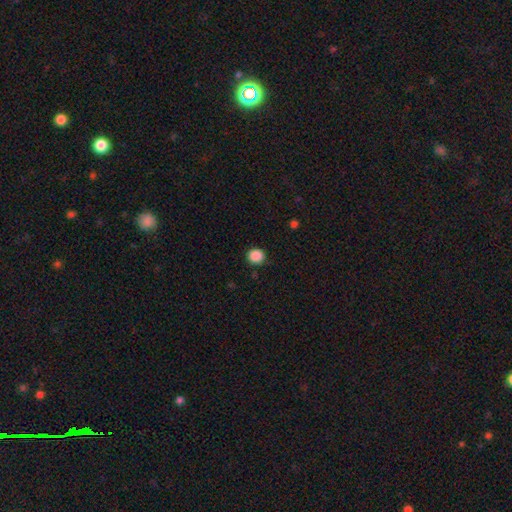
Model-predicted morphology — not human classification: A smooth galaxy with no disk features (88%) that is round (84%). Merging: none (88%).